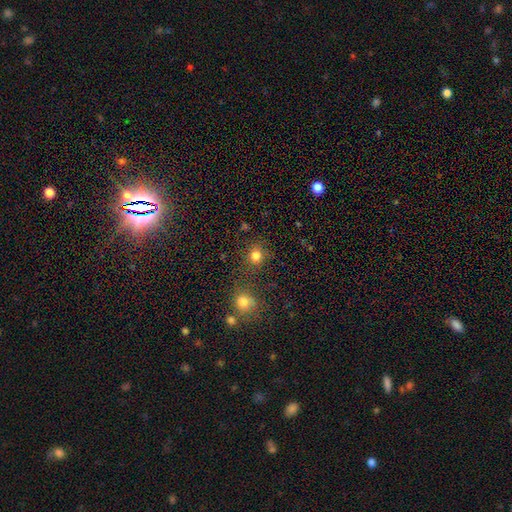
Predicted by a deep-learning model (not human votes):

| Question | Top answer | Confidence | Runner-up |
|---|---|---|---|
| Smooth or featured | smooth | 80% | star or artifact (15%) |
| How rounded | round | 85% | in between (14%) |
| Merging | none | 72% | merger (14%) |